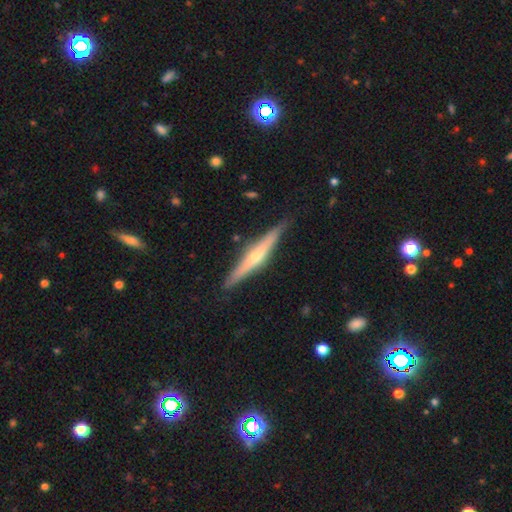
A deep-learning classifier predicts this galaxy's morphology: smooth-or-featured: featured or disk: 65% | smooth: 29% | star or artifact: 6%
  disk-edge-on: yes: 97% | no: 3%
    edge-on-bulge: rounded: 66% | none: 24% | boxy: 9%
  merging: none: 86% | minor disturbance: 10% | major disturbance: 2% | merger: 1%